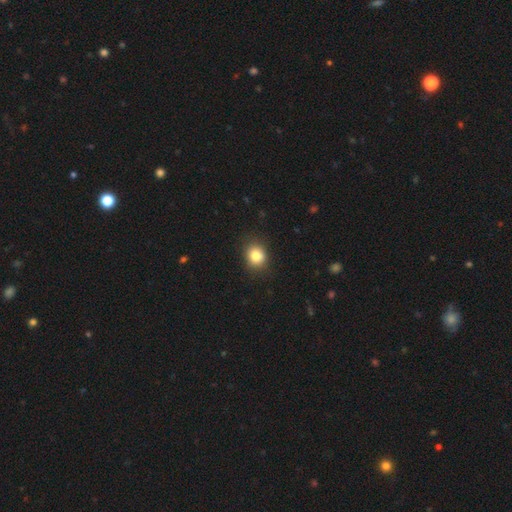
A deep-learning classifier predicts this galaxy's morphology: A smooth galaxy with no disk features (82%) that is round (69%).

Vote fractions:
- Smooth or featured? smooth: 82% / star or artifact: 11% / featured or disk: 7%
- How rounded? round: 69% / in between: 30% / cigar-shaped: 1%
- Merging? none: 85% / minor disturbance: 11% / major disturbance: 3% / merger: 1%